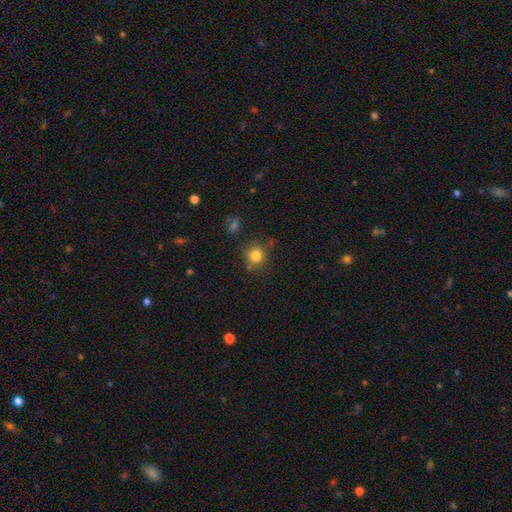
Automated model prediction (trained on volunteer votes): This appears to be a smooth galaxy with no disk features (81%) that is round (87%). Merging: none (78%).